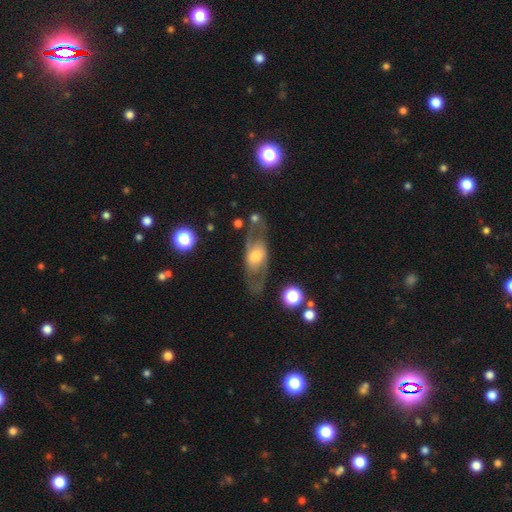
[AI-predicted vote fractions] Q: Smooth or featured?
A: featured or disk (66%); runner-up: smooth (27%)
Q: Edge-on disk?
A: no (79%); runner-up: yes (21%)
Q: Bar?
A: no (66%); runner-up: weak (26%)
Q: Spiral arms?
A: yes (58%); runner-up: no (42%)
Q: Bulge size?
A: moderate (43%); runner-up: large (36%)
Q: Merging?
A: none (71%); runner-up: minor disturbance (15%)